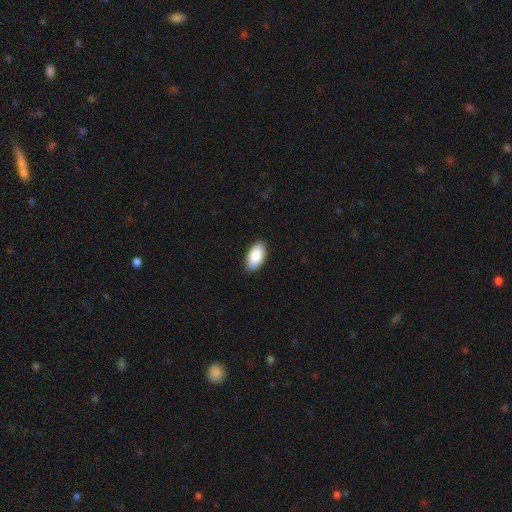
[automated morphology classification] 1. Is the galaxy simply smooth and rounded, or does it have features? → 89% smooth, 6% star or artifact, 6% featured or disk.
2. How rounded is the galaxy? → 95% in between, 3% cigar-shaped, 2% round.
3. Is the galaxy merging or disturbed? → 89% none, 9% minor disturbance, 2% major disturbance, 1% merger.